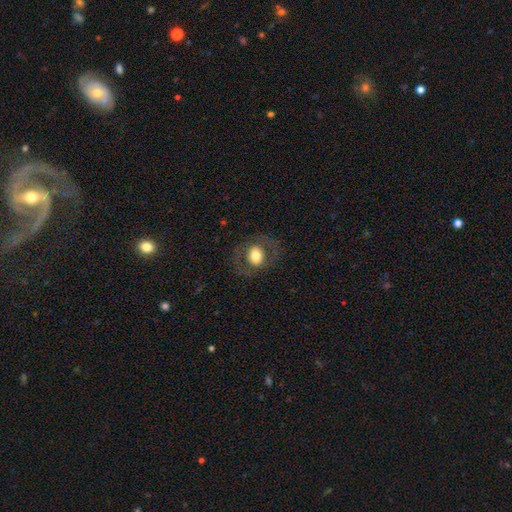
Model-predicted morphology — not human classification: Smooth or featured? smooth (61%)
How rounded? round (57%)
Merging? none (77%)